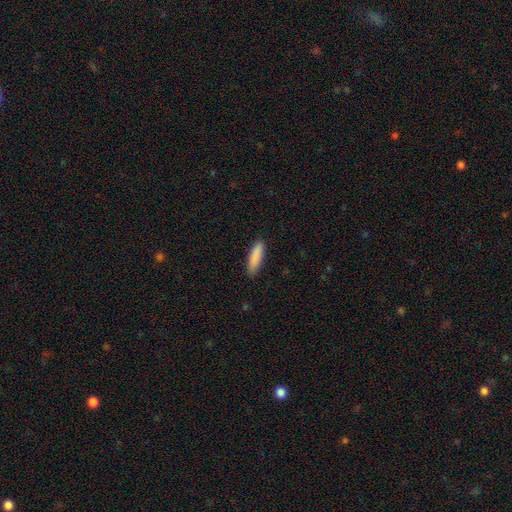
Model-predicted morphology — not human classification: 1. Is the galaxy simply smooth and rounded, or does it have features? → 88% smooth, 6% star or artifact, 6% featured or disk.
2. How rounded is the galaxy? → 67% cigar-shaped, 31% in between, 1% round.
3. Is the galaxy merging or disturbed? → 87% none, 10% minor disturbance, 2% major disturbance, 1% merger.